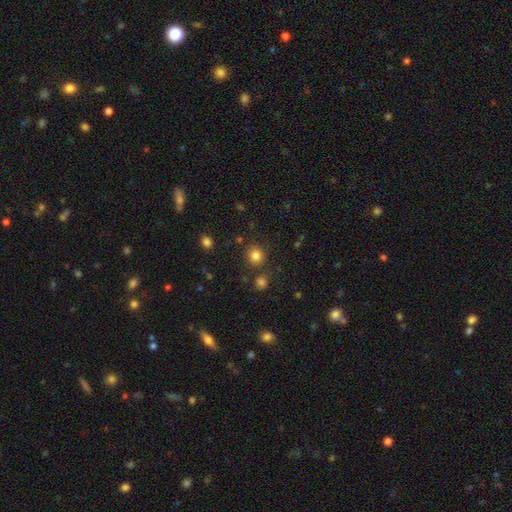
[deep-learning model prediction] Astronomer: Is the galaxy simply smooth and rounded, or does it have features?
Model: smooth — 82%.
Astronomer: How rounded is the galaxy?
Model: round — 89%.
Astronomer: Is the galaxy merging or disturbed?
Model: none — 83%.